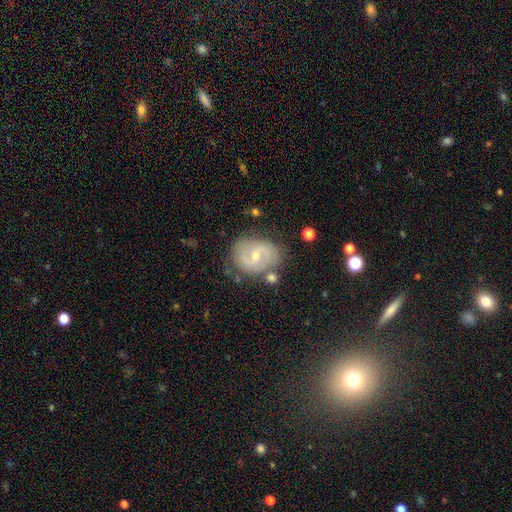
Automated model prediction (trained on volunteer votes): smooth_or_featured: featured or disk (p=0.71) [alt: smooth p=0.22]
disk_edge_on: no (p=0.97) [alt: yes p=0.03]
bar: weak (p=0.49) [alt: no p=0.39]
has_spiral_arms: yes (p=0.83) [alt: no p=0.17]
spiral_winding: medium (p=0.46) [alt: tight p=0.33]
spiral_arm_count: 2 (p=0.79) [alt: can't tell p=0.13]
bulge_size: small (p=0.50) [alt: moderate p=0.47]
merging: none (p=0.70) [alt: minor disturbance p=0.19]